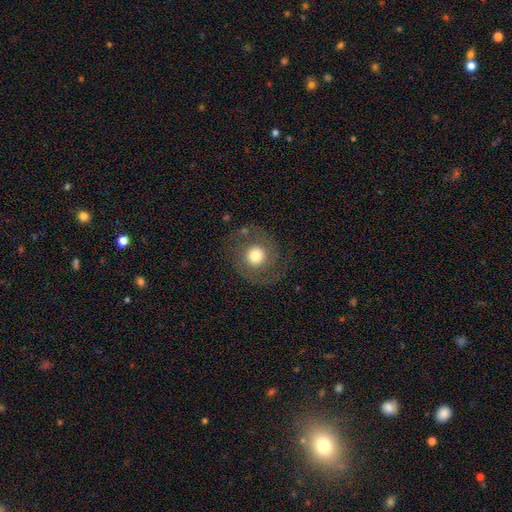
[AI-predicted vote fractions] This appears to be a featured or disk galaxy (47%). Merging: none (78%).